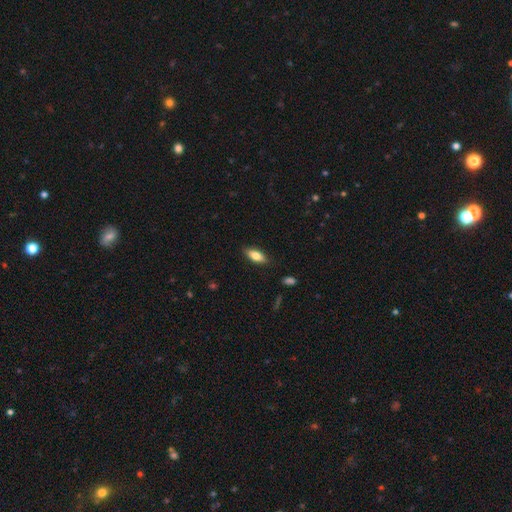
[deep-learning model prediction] Morphology: type=smooth (78%); roundness=in between (81%); merging=none (86%).